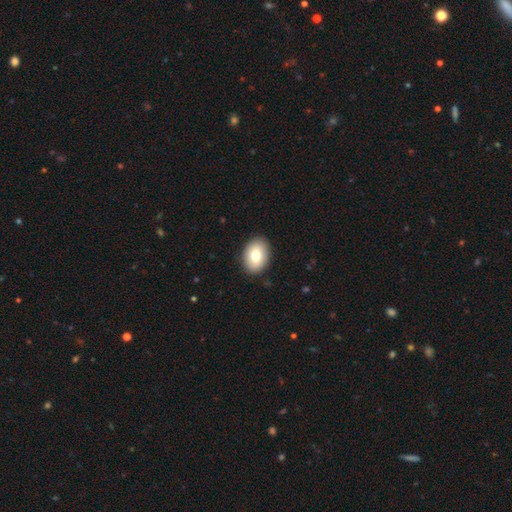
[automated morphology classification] smooth-or-featured: smooth: 79% | featured or disk: 14% | star or artifact: 7%
  how-rounded: in between: 80% | round: 19% | cigar-shaped: 1%
  merging: none: 89% | minor disturbance: 8% | major disturbance: 2% | merger: 1%